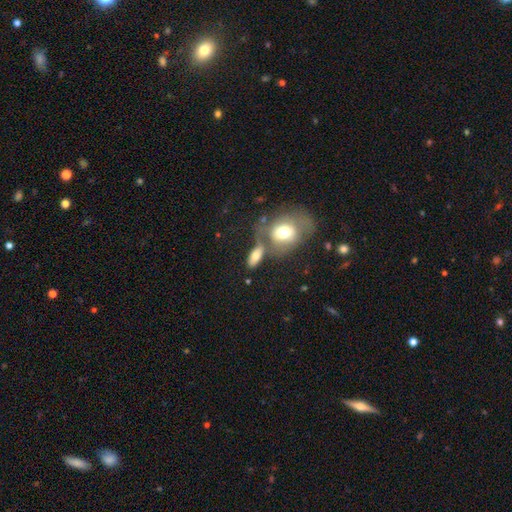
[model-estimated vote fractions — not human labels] smooth 70%, featured or disk 21%, star or artifact 9%. Down the decision tree: how rounded — in between (79%); merging — none (41%).